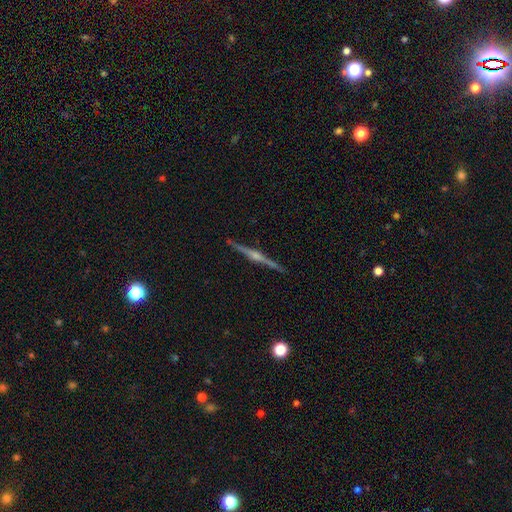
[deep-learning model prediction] Q: Smooth or featured?
A: featured or disk (86%); runner-up: smooth (8%)
Q: Edge-on disk?
A: yes (99%); runner-up: no (1%)
Q: Edge-on bulge?
A: rounded (81%); runner-up: boxy (12%)
Q: Merging?
A: none (92%); runner-up: minor disturbance (5%)